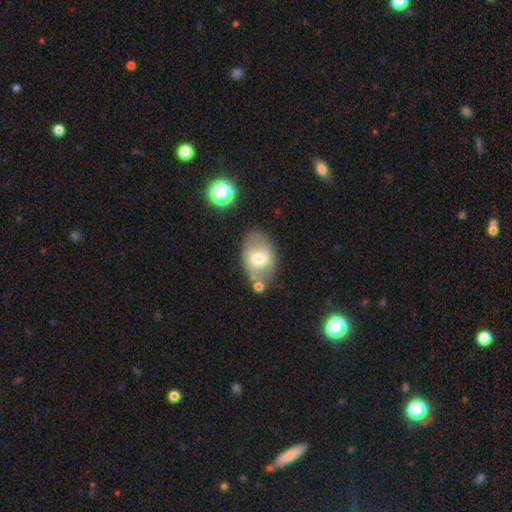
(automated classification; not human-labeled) Smooth or featured? smooth (60%)
How rounded? in between (81%)
Merging? none (65%)